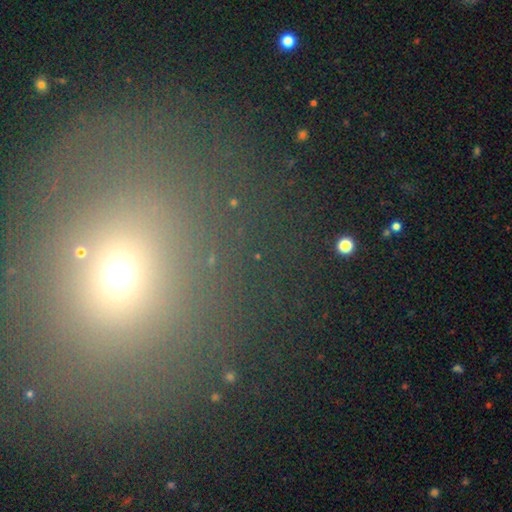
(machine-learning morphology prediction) This is marginally a smooth galaxy (44%, tied with star or artifact). Merging: likely none (78%).